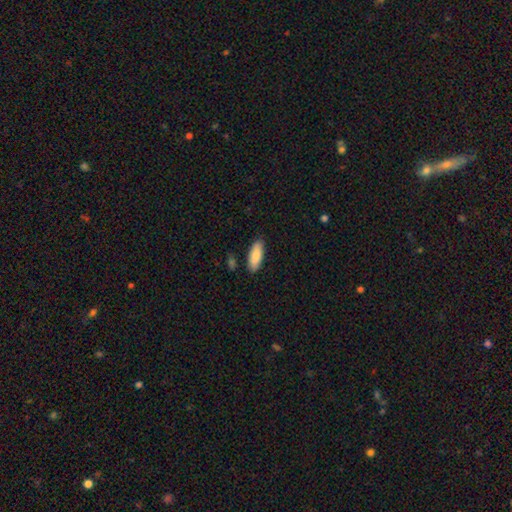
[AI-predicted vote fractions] A smooth galaxy with no disk features (84%) that is in between round and cigar-shaped (71%). Merging: none (86%).